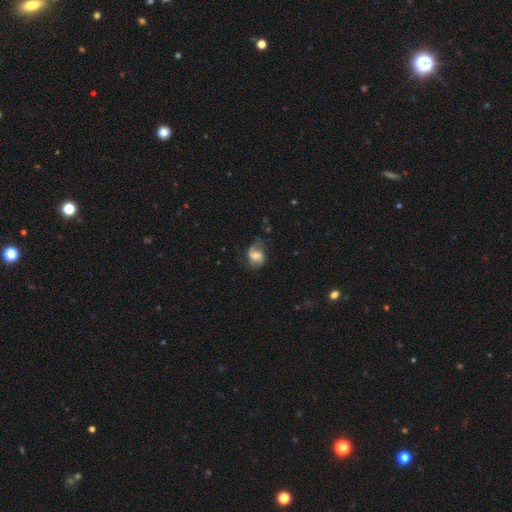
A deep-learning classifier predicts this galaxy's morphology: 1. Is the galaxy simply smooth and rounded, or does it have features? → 55% featured or disk, 36% smooth, 9% star or artifact.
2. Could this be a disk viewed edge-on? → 97% no, 3% yes.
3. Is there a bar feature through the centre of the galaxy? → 45% weak, 40% no, 15% strong.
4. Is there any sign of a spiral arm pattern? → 85% yes, 15% no.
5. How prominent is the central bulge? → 39% moderate, 25% small, 20% large, 13% none, 3% dominant.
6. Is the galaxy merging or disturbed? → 49% none, 27% minor disturbance, 22% major disturbance, 2% merger.